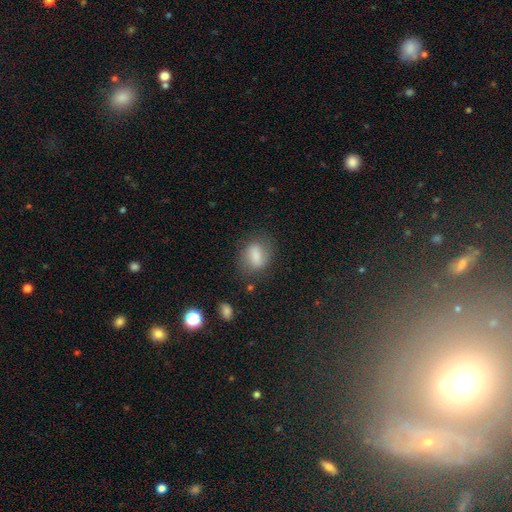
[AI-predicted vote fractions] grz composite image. It shows a smooth galaxy with no disk features (79%) that is in between round and cigar-shaped (69%). Merging: none (70%).